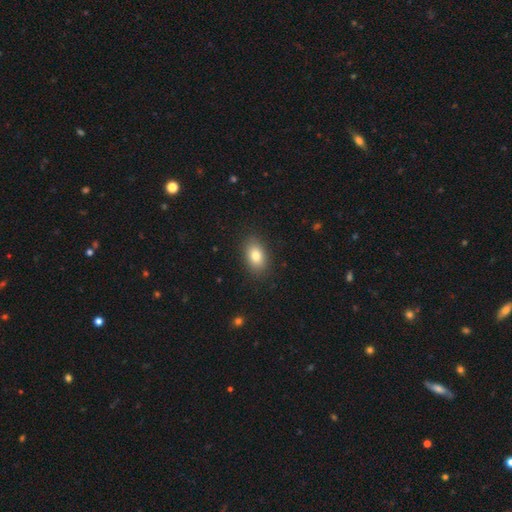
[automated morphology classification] Smooth or featured: smooth — 82% (featured or disk — 10%)
How rounded: in between — 88% (round — 10%)
Merging: none — 87% (minor disturbance — 9%)